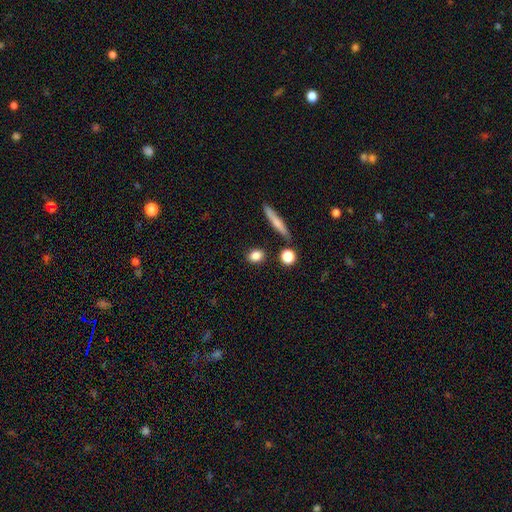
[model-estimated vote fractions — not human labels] smooth-or-featured: smooth: 83% | star or artifact: 9% | featured or disk: 8%
  how-rounded: in between: 46% (tied) | round: 46% (tied) | cigar-shaped: 8%
  merging: none: 83% | minor disturbance: 9% | merger: 5% | major disturbance: 3%